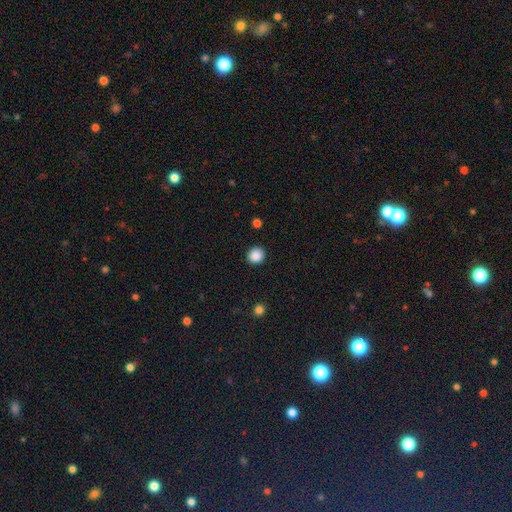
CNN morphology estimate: smooth 88%, star or artifact 9%, featured or disk 3%. Down the decision tree: how rounded — round (90%); merging — none (92%).